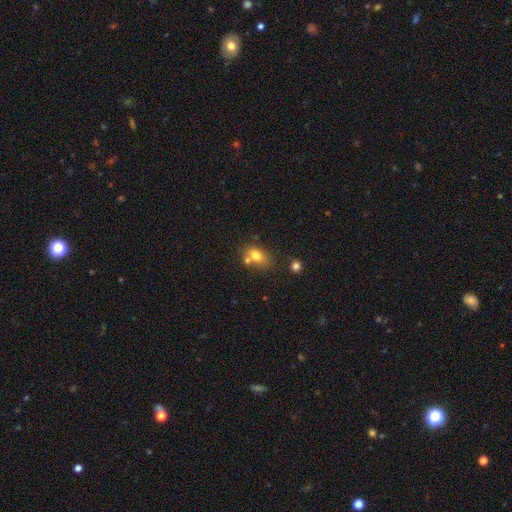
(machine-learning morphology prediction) A smooth galaxy with no disk features (76%) that is in between round and cigar-shaped (71%).

Vote fractions:
- Smooth or featured? smooth: 76% / featured or disk: 13% / star or artifact: 11%
- How rounded? in between: 71% / round: 28% / cigar-shaped: 2%
- Merging? none: 58% / merger: 23% / minor disturbance: 15% / major disturbance: 4%